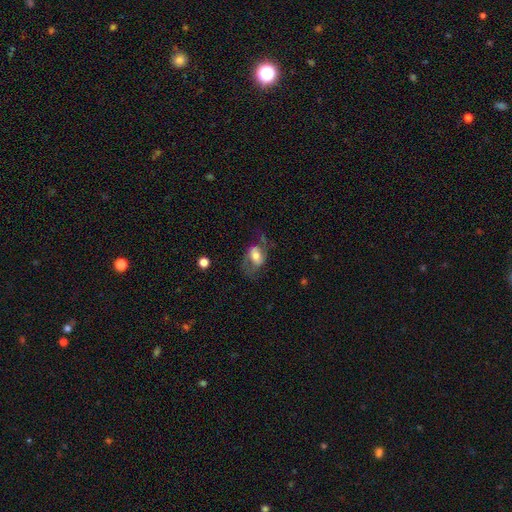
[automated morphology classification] featured or disk 52%, smooth 40%, star or artifact 8%. Down the decision tree: edge-on disk — no (94%); merging — none (51%).